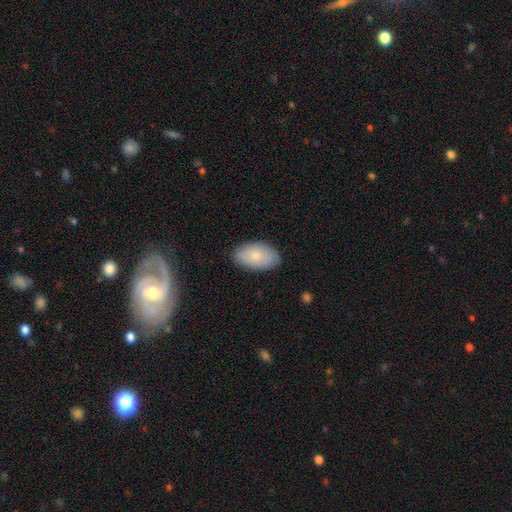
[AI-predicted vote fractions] smooth_or_featured: smooth (p=0.77) [alt: featured or disk p=0.17]
how_rounded: in between (p=0.94) [alt: round p=0.04]
merging: none (p=0.83) [alt: minor disturbance p=0.13]